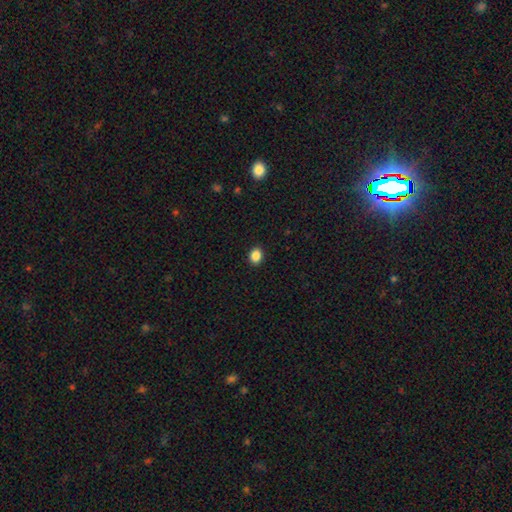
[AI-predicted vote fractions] Overall: smooth (87%). How rounded: round (54%; in between 46%). Merging: none (91%).